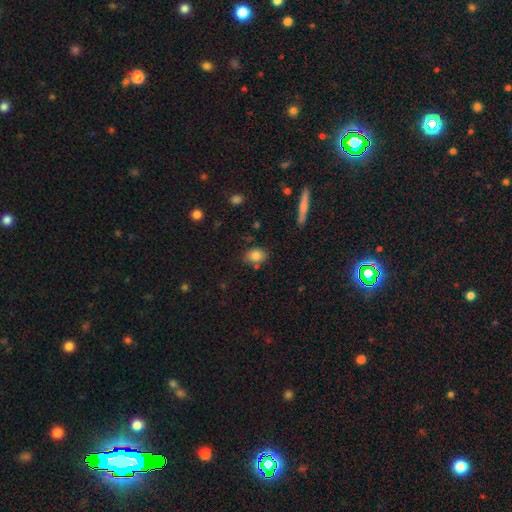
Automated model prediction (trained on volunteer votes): This appears to be a smooth galaxy with no disk features (83%) that is in between round and cigar-shaped (64%). Merging: none (74%).